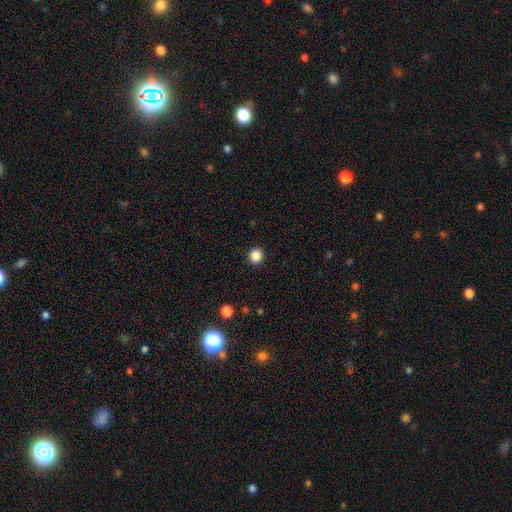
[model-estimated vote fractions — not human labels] Q: Smooth or featured?
A: smooth (86%); runner-up: star or artifact (11%)
Q: How rounded?
A: round (91%); runner-up: in between (8%)
Q: Merging?
A: none (93%); runner-up: minor disturbance (5%)